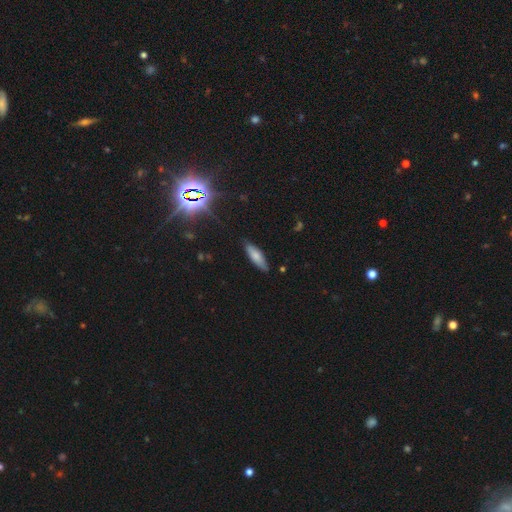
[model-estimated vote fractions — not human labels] This is likely a smooth galaxy (74%). How rounded: possibly cigar-shaped (52%). Merging: clearly none (82%).